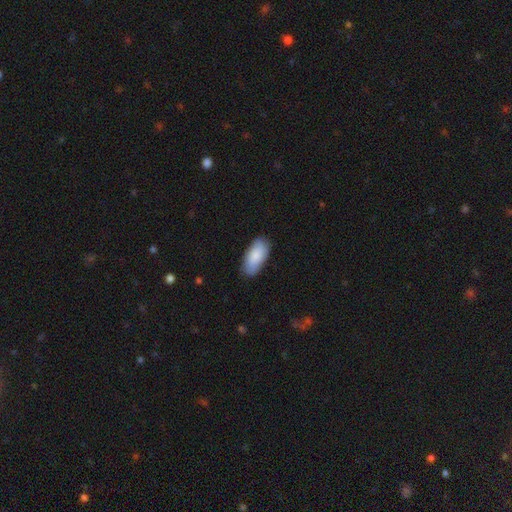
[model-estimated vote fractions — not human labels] Smooth or featured? Predicted: smooth (p=0.84). How rounded? Predicted: in between (p=0.92). Merging? Predicted: none (p=0.82).